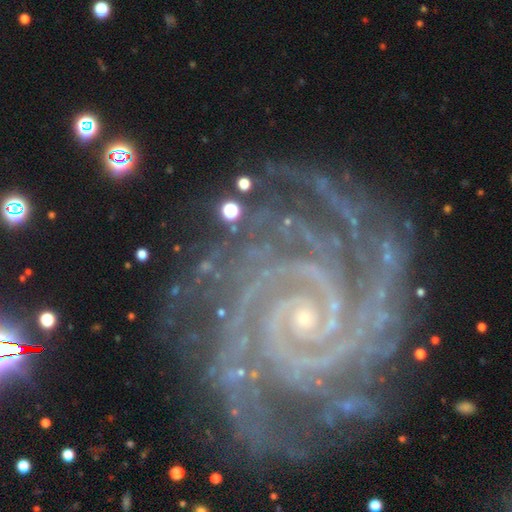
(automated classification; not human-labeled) This appears to be a featured or disk galaxy (93%) with no bar (68%), 2 (36%) tight (83%) spiral arms (99%) and a small central bulge (80%). Merging: none (73%).